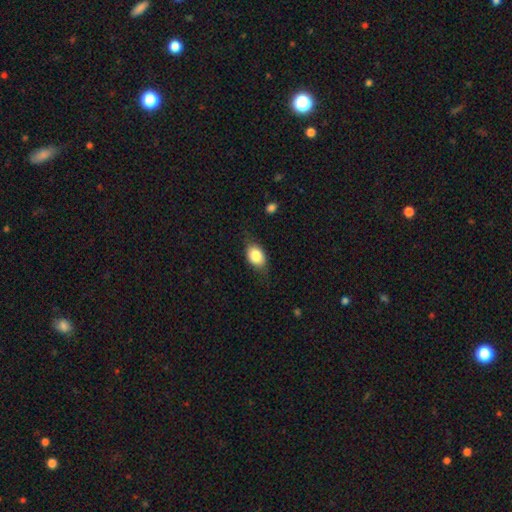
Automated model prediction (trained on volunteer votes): Smooth or featured?
  - smooth: 80% *
  - featured or disk: 13%
  - star or artifact: 7%
How rounded?
  - in between: 77% *
  - round: 21%
  - cigar-shaped: 2%
Merging?
  - none: 72% *
  - minor disturbance: 21%
  - major disturbance: 6%
  - merger: 1%